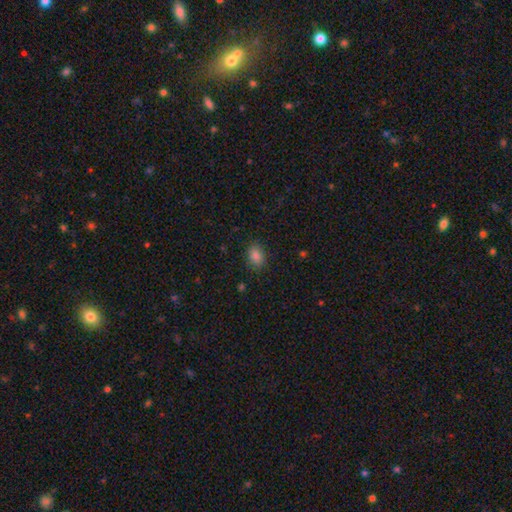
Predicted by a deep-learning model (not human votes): smooth 85%, star or artifact 10%, featured or disk 5%. Down the decision tree: how rounded — in between (75%); merging — none (87%).